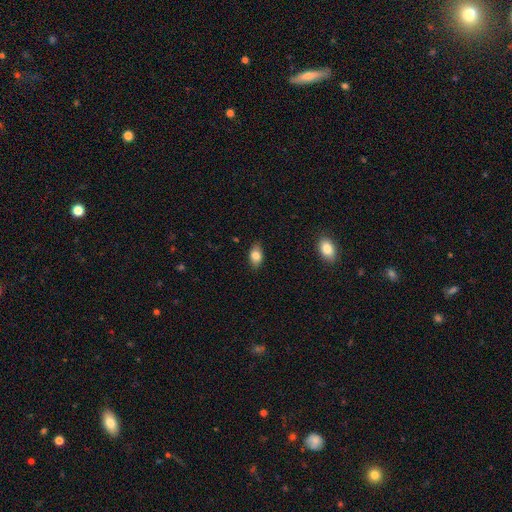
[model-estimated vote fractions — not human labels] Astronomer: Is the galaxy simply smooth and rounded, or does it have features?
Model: smooth — 81%.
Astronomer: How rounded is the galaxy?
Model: in between — 89%.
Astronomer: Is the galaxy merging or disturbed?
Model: none — 86%.